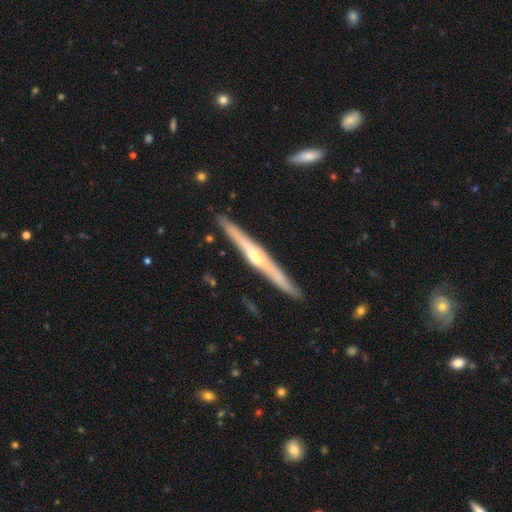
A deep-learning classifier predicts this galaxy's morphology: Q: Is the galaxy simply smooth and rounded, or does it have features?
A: featured or disk — 79%.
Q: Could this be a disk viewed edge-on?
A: yes — 98%.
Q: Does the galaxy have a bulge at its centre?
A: rounded — 82%.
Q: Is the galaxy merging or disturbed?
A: none — 91%.